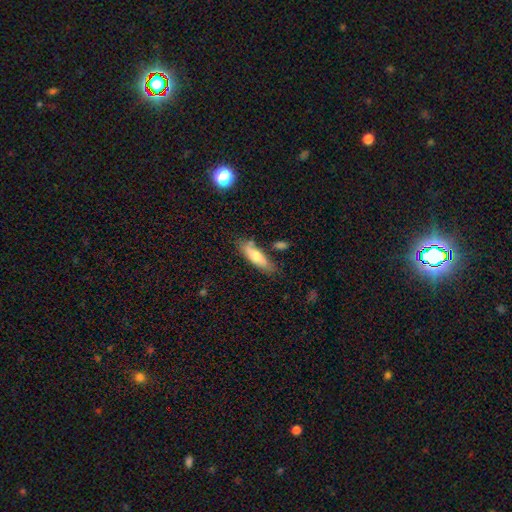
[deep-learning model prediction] Smooth or featured?
  - smooth: 67% *
  - featured or disk: 26%
  - star or artifact: 6%
How rounded?
  - cigar-shaped: 53% *
  - in between: 45%
  - round: 2%
Merging?
  - none: 71% *
  - minor disturbance: 18%
  - merger: 7%
  - major disturbance: 4%